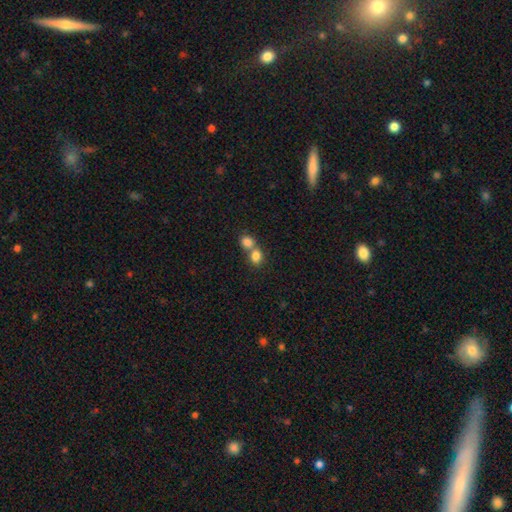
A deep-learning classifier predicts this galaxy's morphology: A smooth galaxy with no disk features (82%) that is round (66%). Merging: merger (60%).